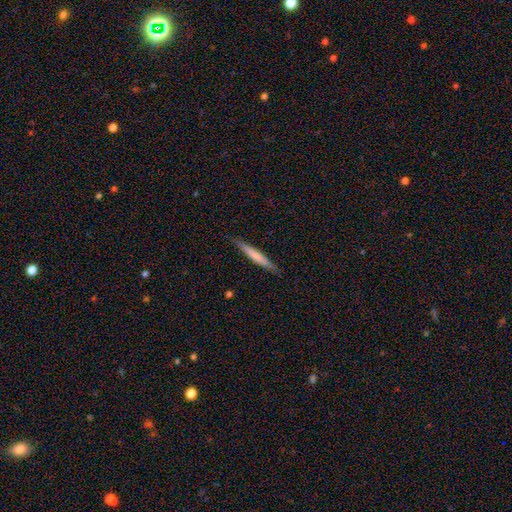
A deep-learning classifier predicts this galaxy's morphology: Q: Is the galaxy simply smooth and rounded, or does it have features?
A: smooth — 60%.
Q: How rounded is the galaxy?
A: cigar-shaped — 95%.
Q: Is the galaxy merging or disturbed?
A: none — 87%.